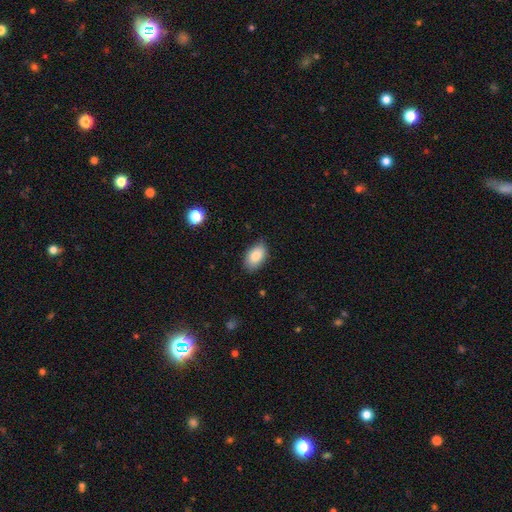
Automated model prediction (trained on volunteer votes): smooth 84%, featured or disk 9%, star or artifact 7%. Down the decision tree: how rounded — in between (91%); merging — none (82%).